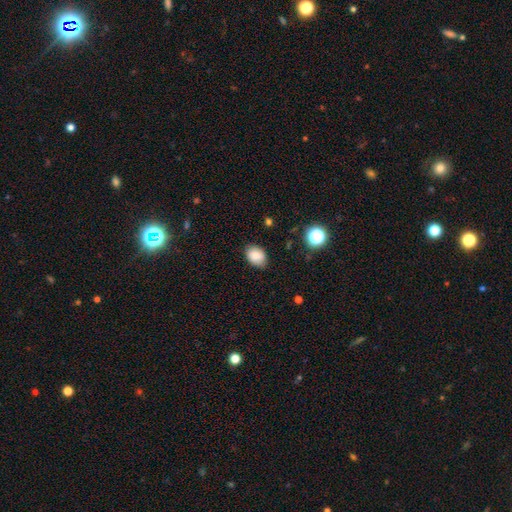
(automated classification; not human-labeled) Morphology: type=smooth (85%); roundness=in between (73%); merging=none (78%).